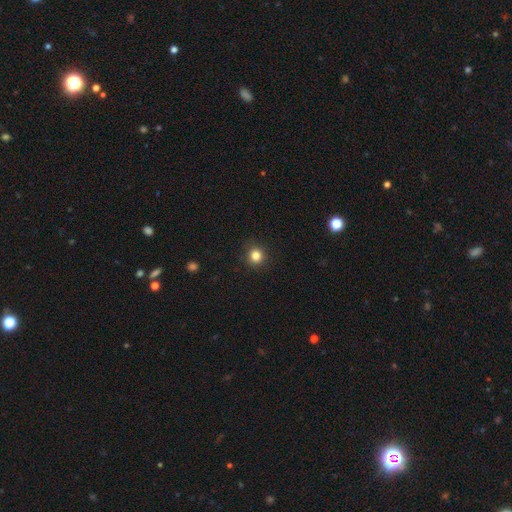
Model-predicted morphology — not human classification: type=smooth (83%); roundness=round (91%); merging=none (90%).